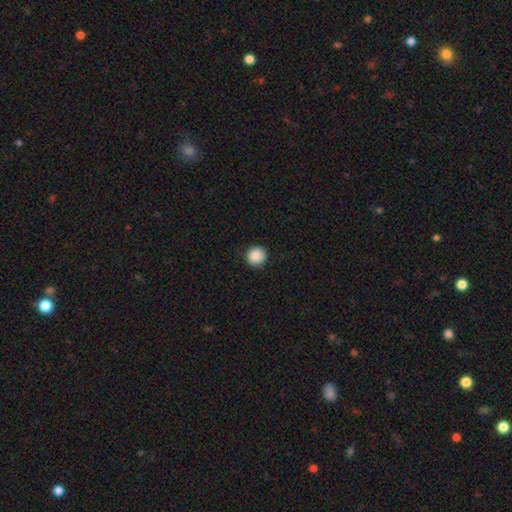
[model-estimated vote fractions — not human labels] Smooth or featured? smooth (89%)
How rounded? round (95%)
Merging? none (92%)